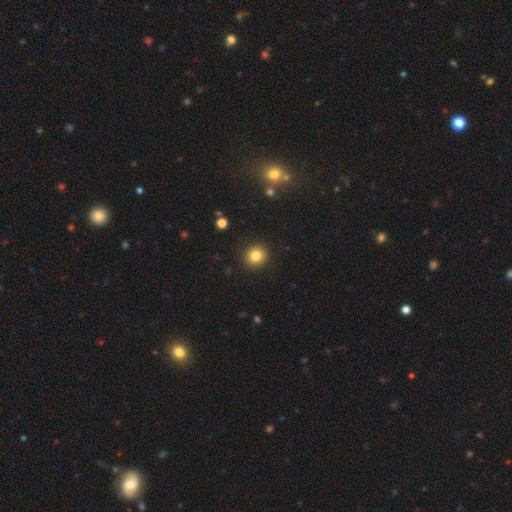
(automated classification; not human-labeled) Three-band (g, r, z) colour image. It shows a smooth galaxy with no disk features (82%) that is round (88%). Merging: none (92%).